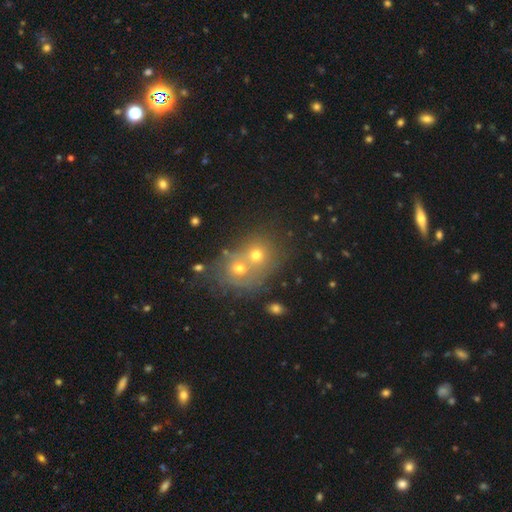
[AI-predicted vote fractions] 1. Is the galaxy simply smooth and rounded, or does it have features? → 57% smooth, 22% star or artifact, 22% featured or disk.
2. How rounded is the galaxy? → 73% round, 26% in between, 1% cigar-shaped.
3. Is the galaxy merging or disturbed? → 61% merger, 30% none, 6% minor disturbance, 3% major disturbance.